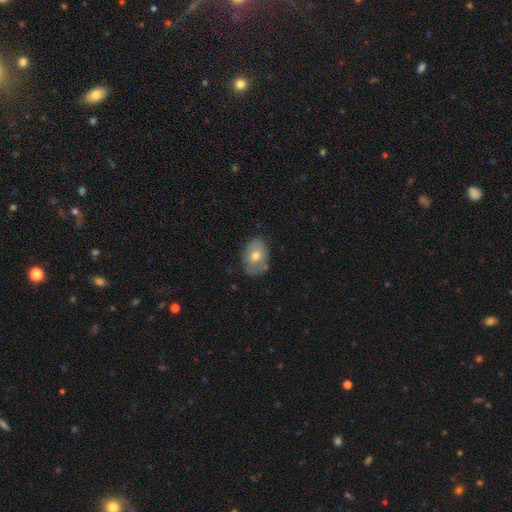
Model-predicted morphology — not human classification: A smooth galaxy with no disk features (65%) that is in between round and cigar-shaped (73%). Merging: none (75%).